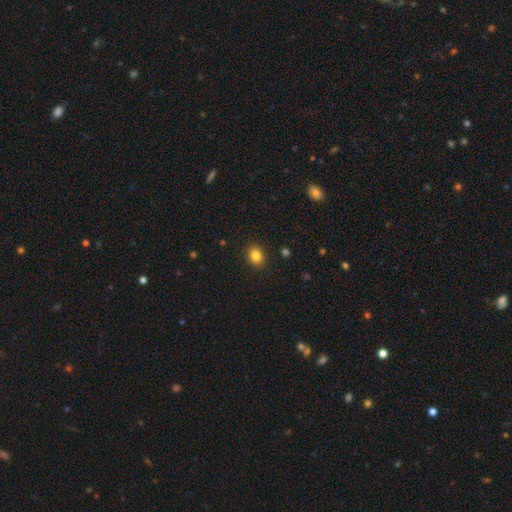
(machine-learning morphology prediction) This is clearly a smooth galaxy (85%). How rounded: possibly in between (51%). Merging: clearly none (90%).